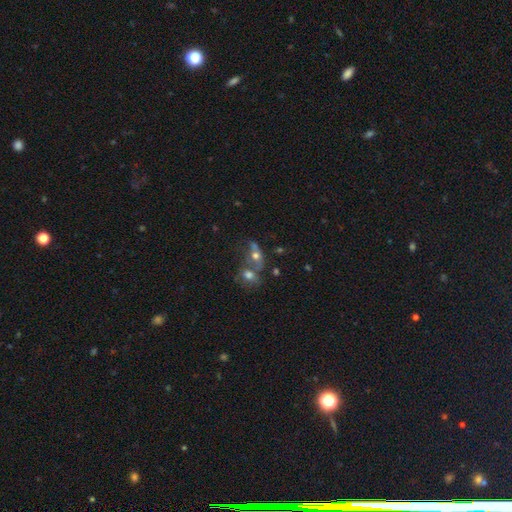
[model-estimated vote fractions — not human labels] This appears to be a smooth galaxy with no disk features (51%) that is in between round and cigar-shaped (57%). Merging: merger (60%).